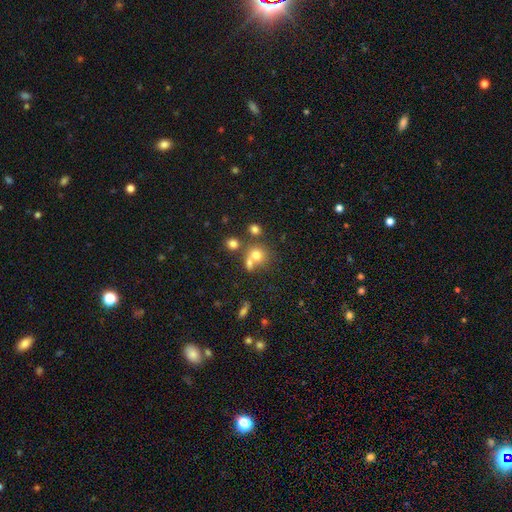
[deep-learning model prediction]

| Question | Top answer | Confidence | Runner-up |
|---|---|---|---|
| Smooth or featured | smooth | 71% | star or artifact (15%) |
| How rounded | round | 78% | in between (21%) |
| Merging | none | 47% | merger (37%) |